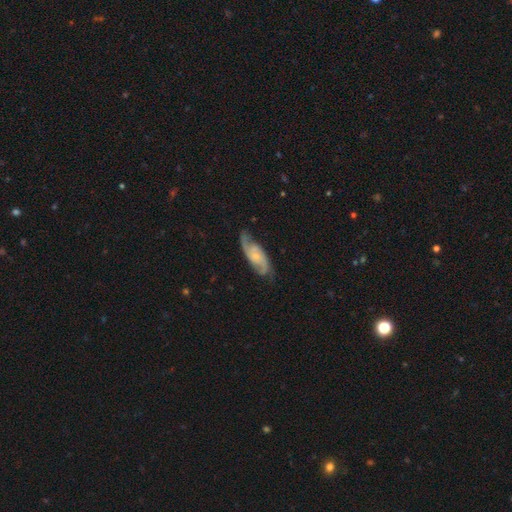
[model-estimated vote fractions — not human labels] Overall: featured or disk (79%). Edge-on disk: no (92%). Bar: no (64%; weak 30%). Spiral arms: yes (96%). Spiral arm count: 2 (83%). Spiral winding: medium (47%; tight 28%). Bulge size: small (62%; moderate 26%). Merging: none (73%).